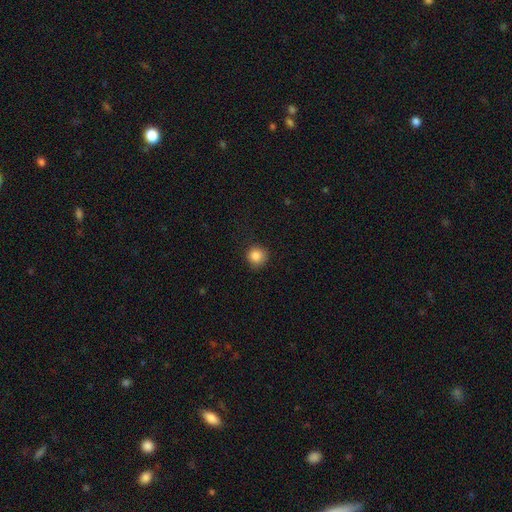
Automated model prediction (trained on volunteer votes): The model was most divided on "smooth or featured": smooth: 85%, star or artifact: 11%, featured or disk: 5%. More confident: how rounded — round (92%); merging — none (86%).